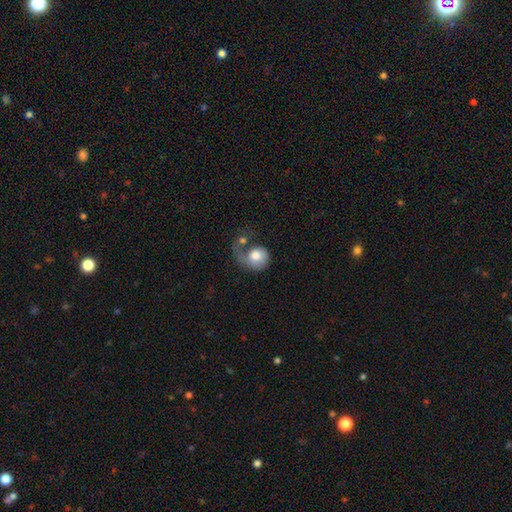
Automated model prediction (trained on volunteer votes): The model was most divided on "smooth or featured": smooth: 58%, featured or disk: 36%, star or artifact: 6%. Remaining: how rounded — round (72%); merging — major disturbance (46%).